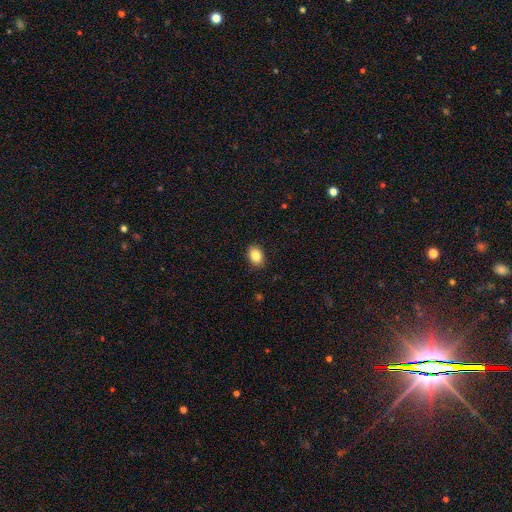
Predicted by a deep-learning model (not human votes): Smooth or featured: smooth — 86% (star or artifact — 8%)
How rounded: in between — 75% (round — 24%)
Merging: none — 88% (minor disturbance — 9%)